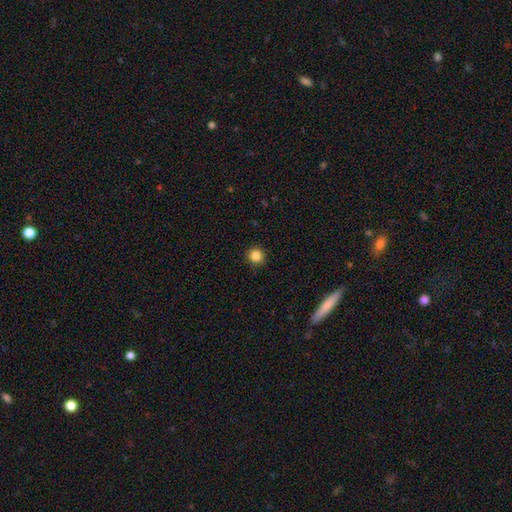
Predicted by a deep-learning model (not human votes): Q: Smooth or featured?
A: smooth (85%); runner-up: star or artifact (11%)
Q: How rounded?
A: round (95%); runner-up: in between (4%)
Q: Merging?
A: none (92%); runner-up: minor disturbance (5%)